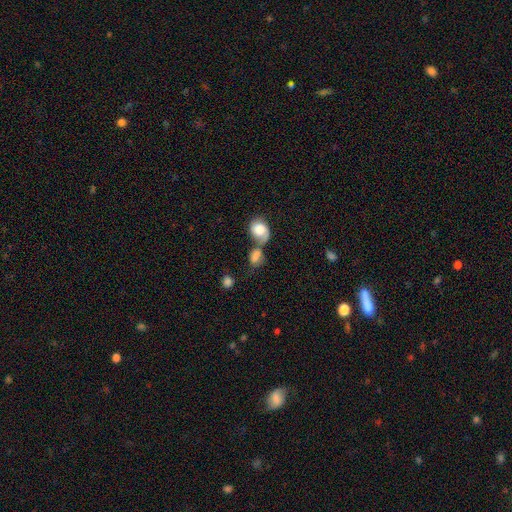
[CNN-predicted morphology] smooth_or_featured: smooth (p=0.70) [alt: featured or disk p=0.20]
how_rounded: in between (p=0.67) [alt: round p=0.30]
merging: merger (p=0.65) [alt: none p=0.18]